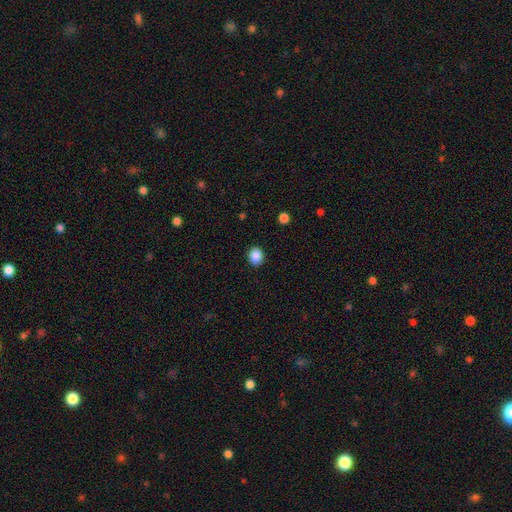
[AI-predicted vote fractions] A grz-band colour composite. It shows a smooth galaxy with no disk features (87%) that is round (76%). Merging: none (90%).